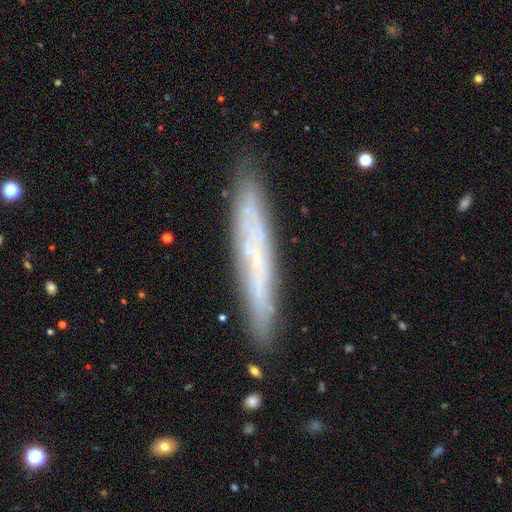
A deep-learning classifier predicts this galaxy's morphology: smooth_or_featured: featured or disk (p=0.55) [alt: smooth p=0.37]
disk_edge_on: yes (p=0.77) [alt: no p=0.23]
merging: none (p=0.85) [alt: minor disturbance p=0.11]